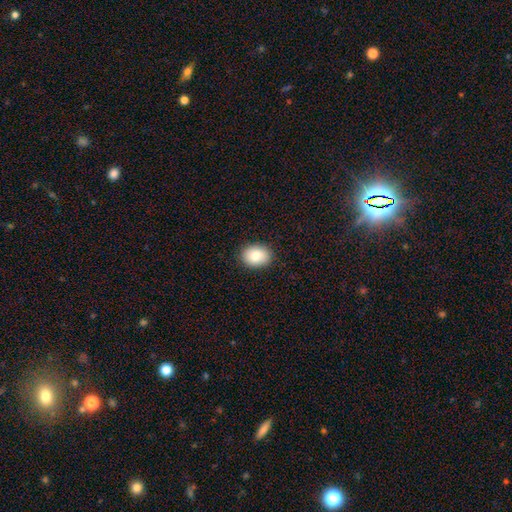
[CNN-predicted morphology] Q: Smooth or featured?
A: smooth (83%); runner-up: featured or disk (9%)
Q: How rounded?
A: in between (57%); runner-up: round (42%)
Q: Merging?
A: none (89%); runner-up: minor disturbance (8%)